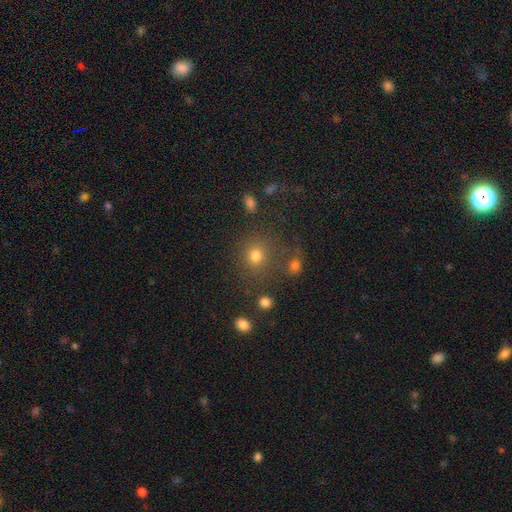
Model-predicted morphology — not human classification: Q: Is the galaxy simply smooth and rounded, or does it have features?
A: smooth — 73%.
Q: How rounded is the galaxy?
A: round — 87%.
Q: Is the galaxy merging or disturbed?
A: none — 75%.